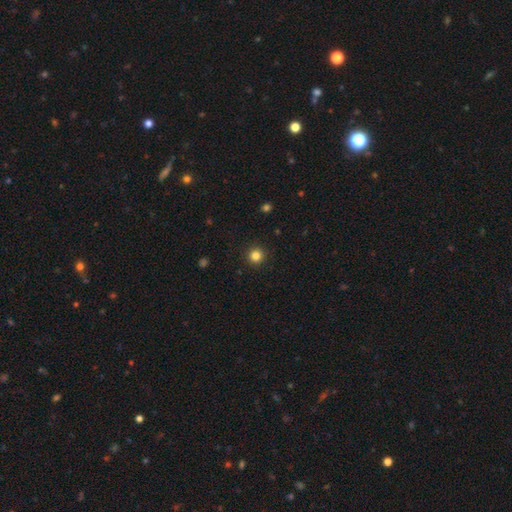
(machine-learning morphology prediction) Smooth or featured: smooth — 83% (star or artifact — 12%)
How rounded: round — 95% (in between — 4%)
Merging: none — 92% (minor disturbance — 5%)